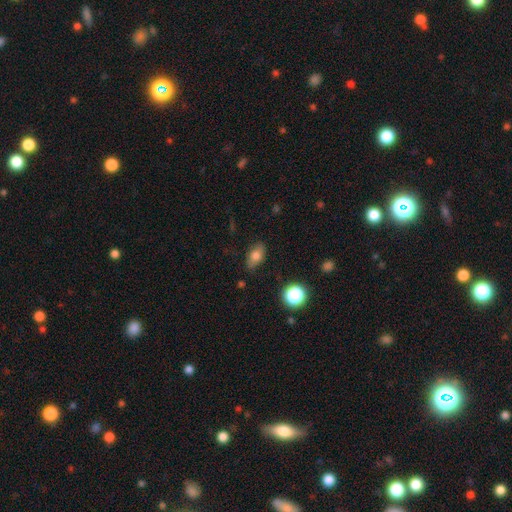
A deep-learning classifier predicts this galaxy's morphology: Smooth or featured?
  - smooth: 73% *
  - featured or disk: 17%
  - star or artifact: 10%
How rounded?
  - in between: 83% *
  - round: 12%
  - cigar-shaped: 5%
Merging?
  - none: 81% *
  - minor disturbance: 14%
  - major disturbance: 3%
  - merger: 2%